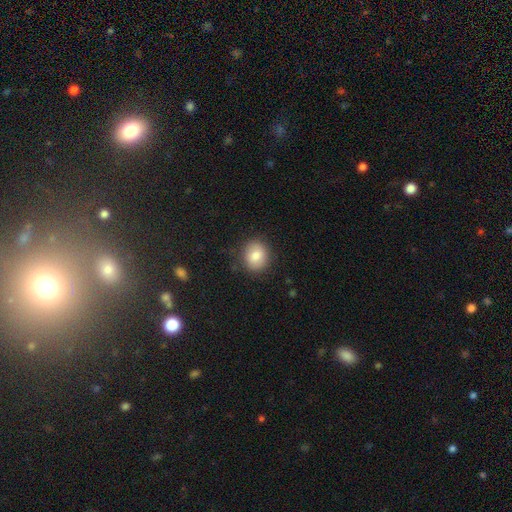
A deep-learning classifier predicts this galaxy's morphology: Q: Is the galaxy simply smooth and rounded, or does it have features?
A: smooth — 82%.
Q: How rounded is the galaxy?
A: round — 70%.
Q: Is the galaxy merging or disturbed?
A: none — 85%.